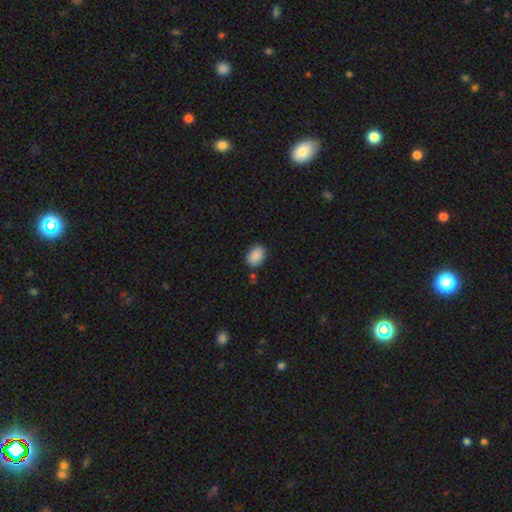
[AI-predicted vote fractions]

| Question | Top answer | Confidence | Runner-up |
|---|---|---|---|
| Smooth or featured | smooth | 89% | star or artifact (8%) |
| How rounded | in between | 80% | round (19%) |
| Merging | none | 84% | minor disturbance (11%) |